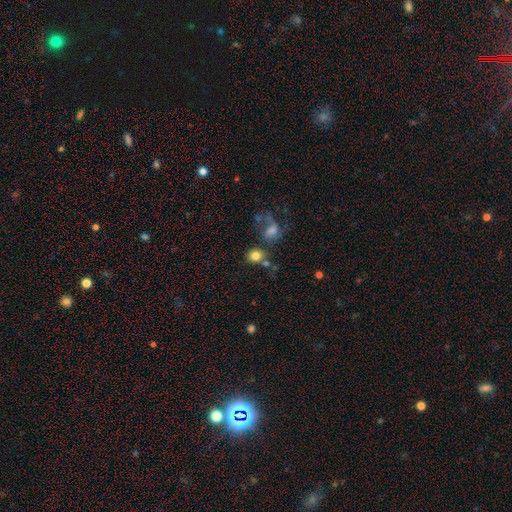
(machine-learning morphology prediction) Smooth or featured?
  - smooth: 80% *
  - star or artifact: 10%
  - featured or disk: 10%
How rounded?
  - round: 70% *
  - in between: 29%
  - cigar-shaped: 1%
Merging?
  - none: 56% *
  - merger: 21%
  - minor disturbance: 13%
  - major disturbance: 9%